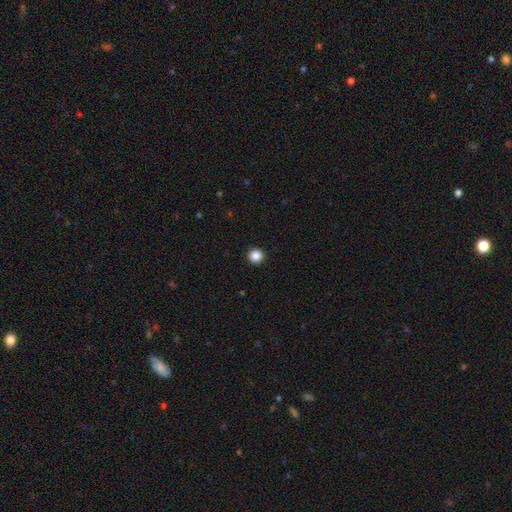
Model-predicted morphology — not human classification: smooth 86%, star or artifact 11%, featured or disk 3%. Down the decision tree: how rounded — round (96%); merging — none (94%).